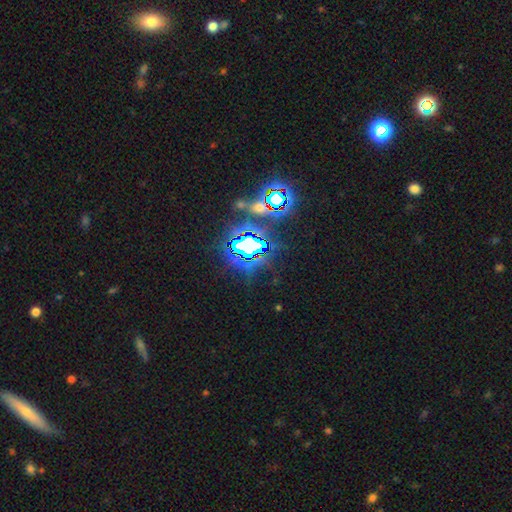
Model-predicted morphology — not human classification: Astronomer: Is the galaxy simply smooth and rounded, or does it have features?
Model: star or artifact — 82%.